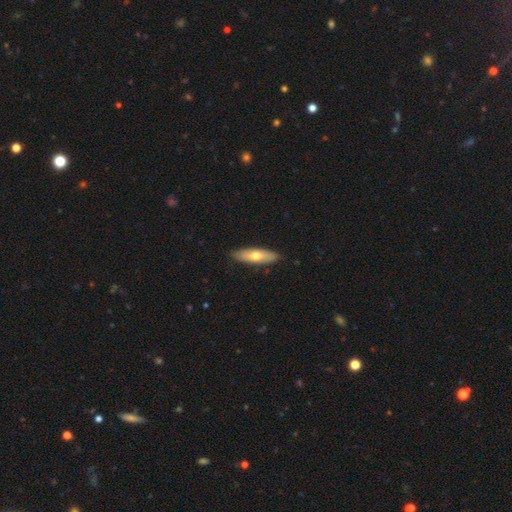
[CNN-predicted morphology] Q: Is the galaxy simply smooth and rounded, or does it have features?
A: smooth — 62%.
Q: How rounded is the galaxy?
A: in between — 52%.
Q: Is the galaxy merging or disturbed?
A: none — 87%.